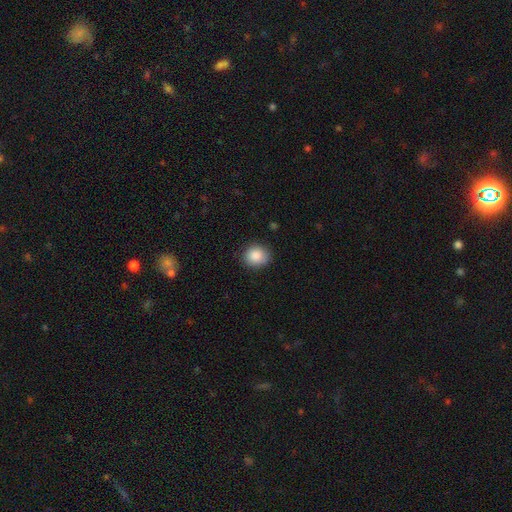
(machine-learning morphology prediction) smooth_or_featured: smooth (p=0.88) [alt: star or artifact p=0.08]
how_rounded: round (p=0.74) [alt: in between p=0.25]
merging: none (p=0.86) [alt: minor disturbance p=0.11]